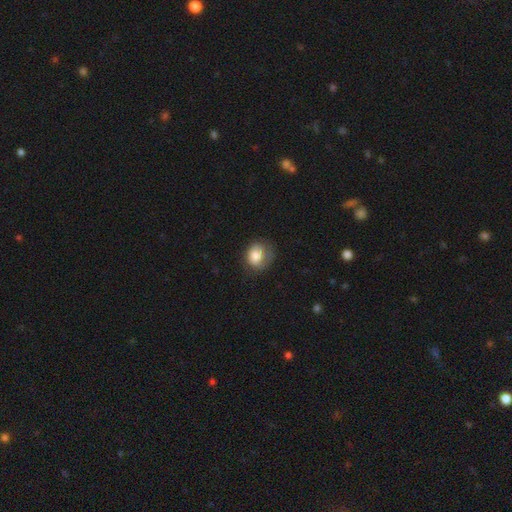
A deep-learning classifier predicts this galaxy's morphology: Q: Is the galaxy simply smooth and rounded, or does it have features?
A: smooth — 77%.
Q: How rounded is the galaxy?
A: round — 57%.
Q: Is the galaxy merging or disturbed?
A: none — 54%.